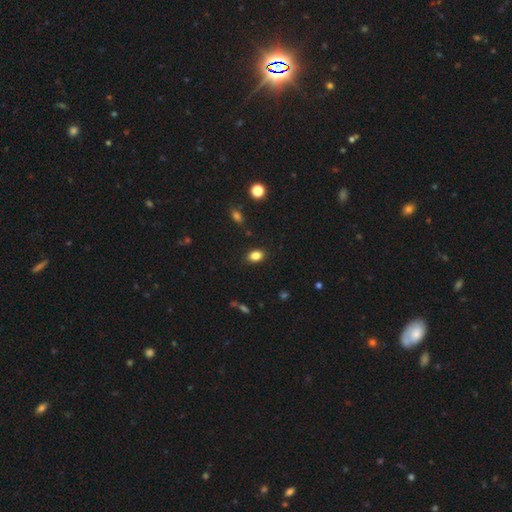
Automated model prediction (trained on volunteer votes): Smooth or featured? Predicted: smooth (p=0.84). How rounded? Predicted: in between (p=0.74). Merging? Predicted: none (p=0.87).